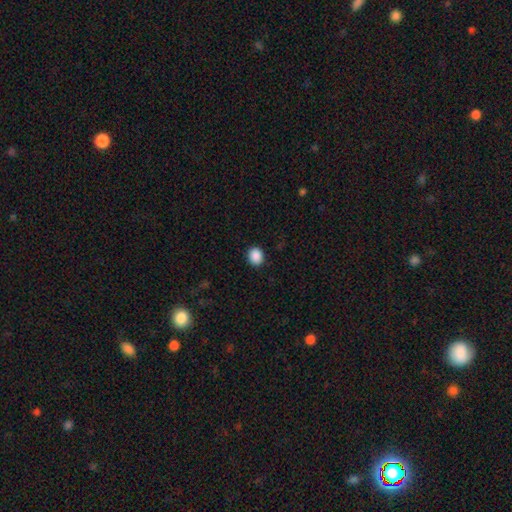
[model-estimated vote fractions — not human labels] Smooth or featured?
  - smooth: 90% *
  - star or artifact: 8%
  - featured or disk: 2%
How rounded?
  - round: 60% *
  - in between: 39%
  - cigar-shaped: 1%
Merging?
  - none: 91% *
  - minor disturbance: 6%
  - major disturbance: 2%
  - merger: 1%